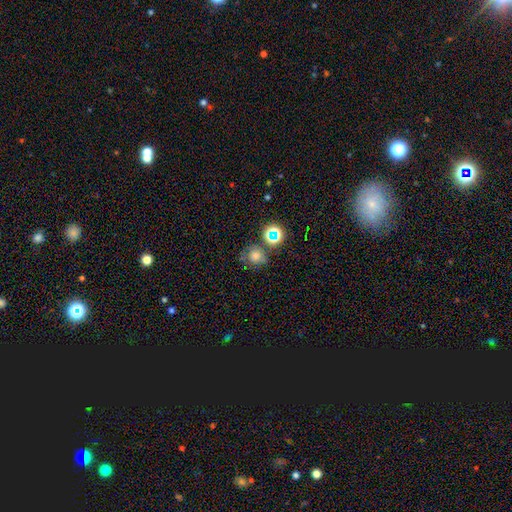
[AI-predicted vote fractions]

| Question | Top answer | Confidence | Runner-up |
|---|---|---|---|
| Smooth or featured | smooth | 47% | star or artifact (36%) |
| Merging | none | 66% | minor disturbance (14%) |